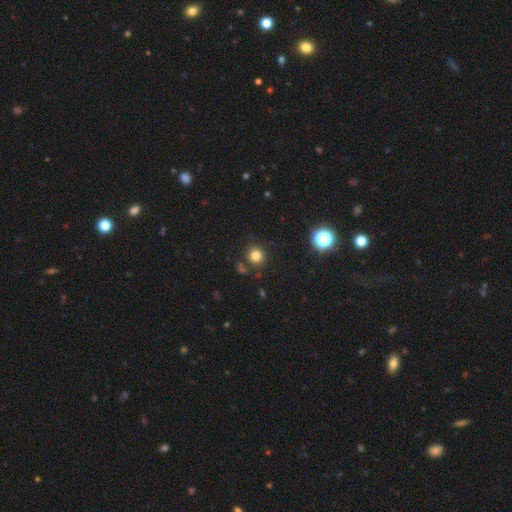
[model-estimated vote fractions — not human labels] Smooth or featured: smooth — 78% (star or artifact — 16%)
How rounded: round — 91% (in between — 8%)
Merging: none — 84% (minor disturbance — 8%)